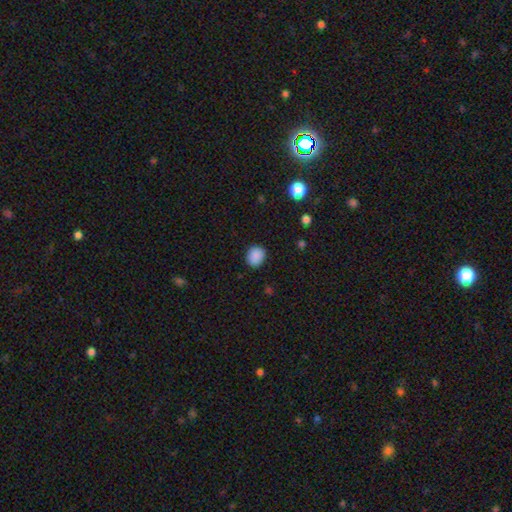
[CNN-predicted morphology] Smooth or featured? Predicted: smooth (p=0.88). How rounded? Predicted: round (p=0.67). Merging? Predicted: none (p=0.86).